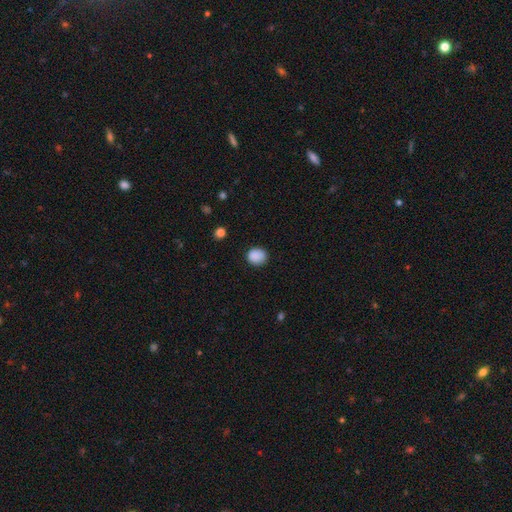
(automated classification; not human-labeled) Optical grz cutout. It shows a smooth galaxy with no disk features (88%) that is round (75%). Merging: none (84%).